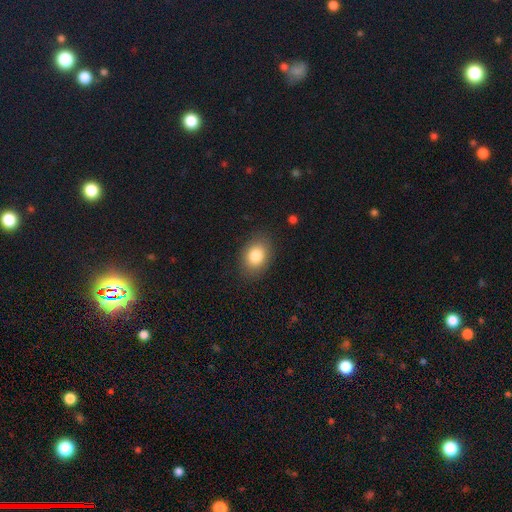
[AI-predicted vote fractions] This appears to be a smooth galaxy with no disk features (84%) that is in between round and cigar-shaped (74%). Merging: none (85%).